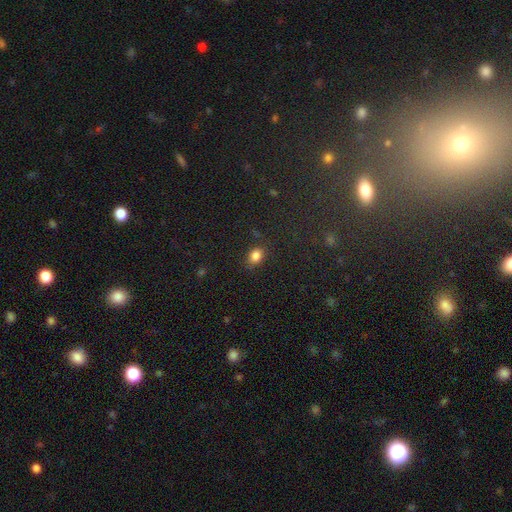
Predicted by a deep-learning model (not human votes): Smooth or featured? smooth (83%)
How rounded? in between (65%)
Merging? none (79%)